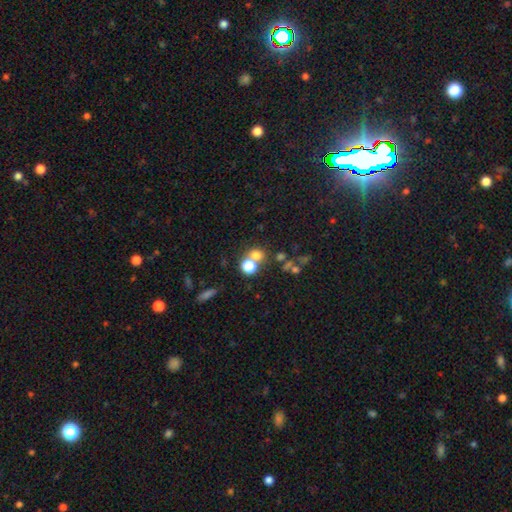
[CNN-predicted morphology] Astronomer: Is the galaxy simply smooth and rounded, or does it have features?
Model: smooth — 68%.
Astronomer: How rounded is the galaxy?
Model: round — 81%.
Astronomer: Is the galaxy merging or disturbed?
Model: none — 51% (runner-up: merger, 37%).